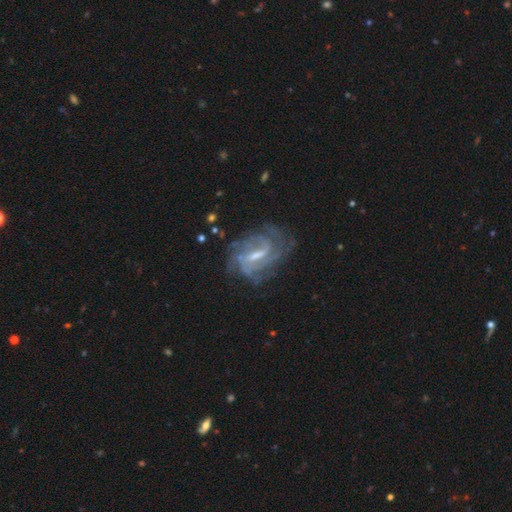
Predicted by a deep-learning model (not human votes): Morphology: type=featured or disk (85%); edge-on=no (96%); bar=weak (47%); spiral arms=yes (93%); winding=tight (45%); arm count=can't tell (34%); bulge=moderate (43%); merging=none (63%).